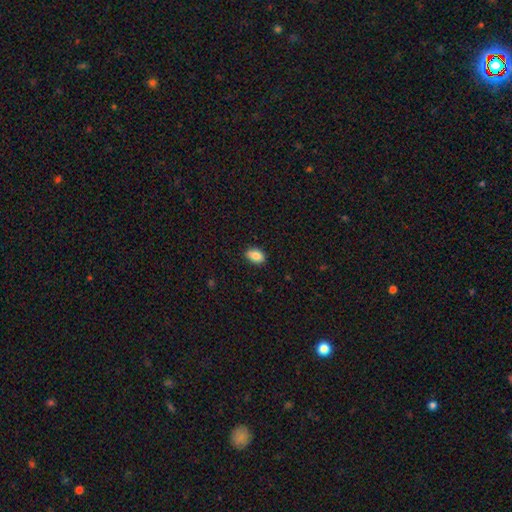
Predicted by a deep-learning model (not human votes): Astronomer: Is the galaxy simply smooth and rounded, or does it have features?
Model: smooth — 87%.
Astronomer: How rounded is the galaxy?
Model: in between — 87%.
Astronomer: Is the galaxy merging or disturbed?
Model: none — 85%.